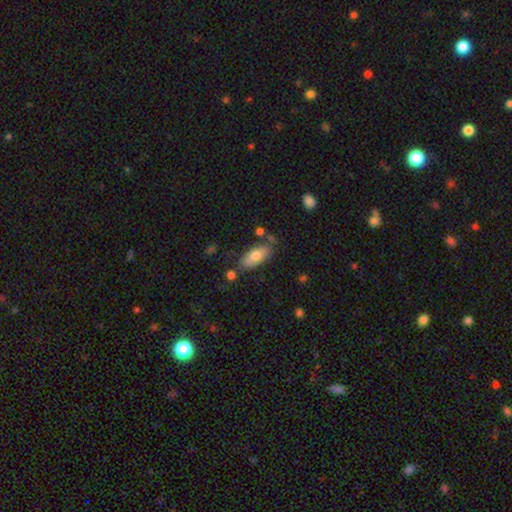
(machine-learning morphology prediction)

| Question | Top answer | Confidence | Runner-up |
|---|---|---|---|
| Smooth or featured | smooth | 74% | featured or disk (19%) |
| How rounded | in between | 88% | cigar-shaped (9%) |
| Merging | none | 69% | minor disturbance (18%) |